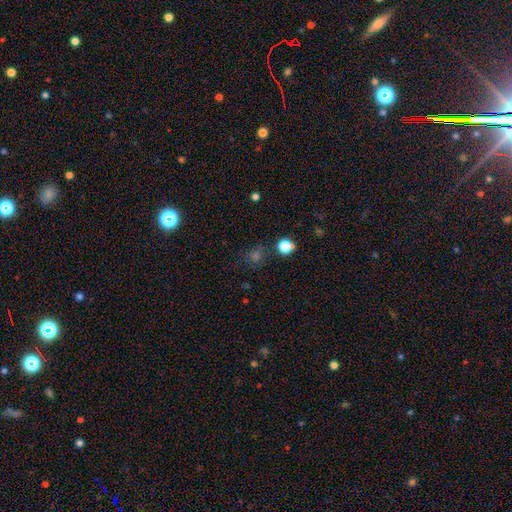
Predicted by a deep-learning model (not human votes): The model was most divided on "smooth or featured": smooth: 47%, star or artifact: 43%, featured or disk: 10%. More confident: merging — none (75%).